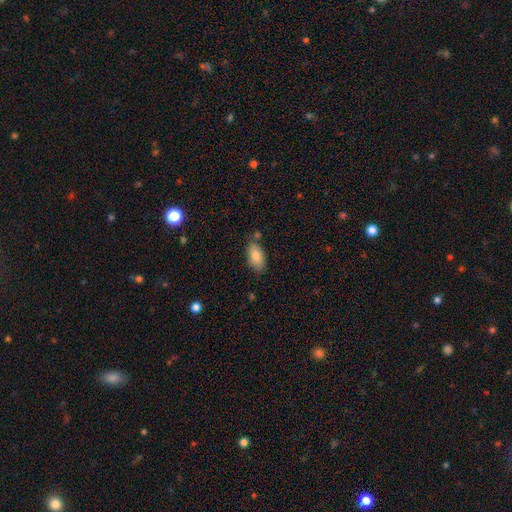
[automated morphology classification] smooth-or-featured: smooth: 80% | featured or disk: 13% | star or artifact: 7%
  how-rounded: in between: 92% | cigar-shaped: 5% | round: 4%
  merging: none: 72% | minor disturbance: 18% | merger: 7% | major disturbance: 3%